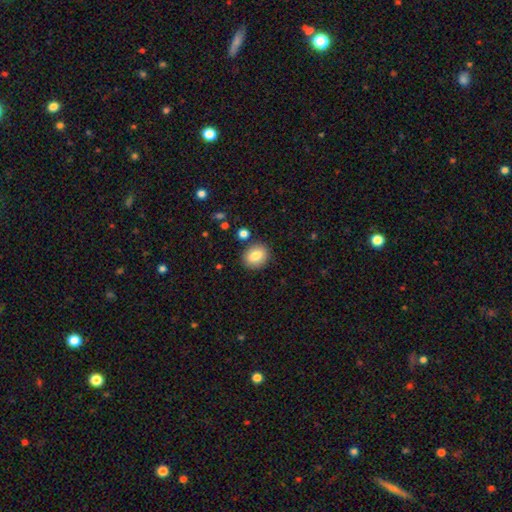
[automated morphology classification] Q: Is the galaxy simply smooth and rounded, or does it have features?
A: smooth — 81%.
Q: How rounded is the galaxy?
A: round — 65%.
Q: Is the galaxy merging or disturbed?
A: none — 86%.